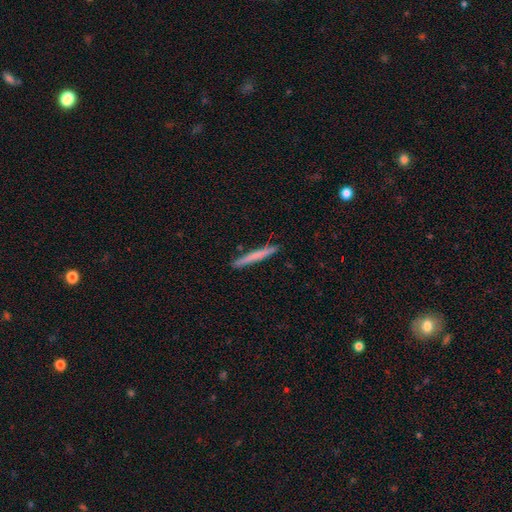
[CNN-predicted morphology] smooth_or_featured: smooth (p=0.65) [alt: featured or disk p=0.29]
how_rounded: cigar-shaped (p=0.97) [alt: in between p=0.02]
merging: none (p=0.91) [alt: minor disturbance p=0.07]